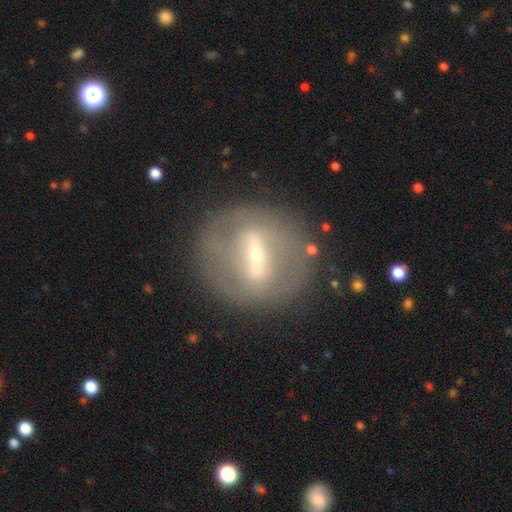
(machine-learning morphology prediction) Smooth or featured: featured or disk — 72% (smooth — 20%)
Edge-on disk: no — 82% (yes — 18%)
Bar: strong — 66% (weak — 24%)
Spiral arms: no — 74% (yes — 26%)
Bulge size: small — 66% (moderate — 28%)
Merging: none — 78% (minor disturbance — 12%)